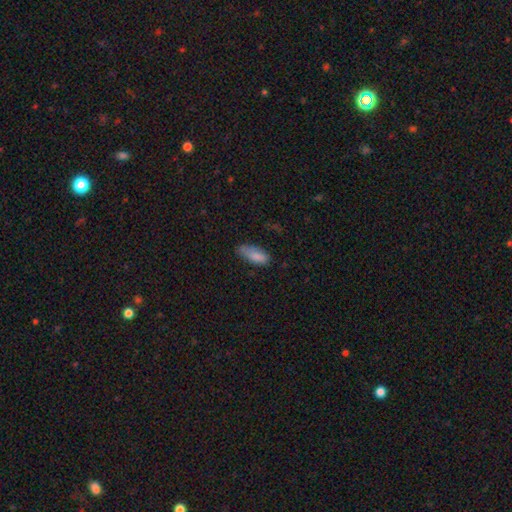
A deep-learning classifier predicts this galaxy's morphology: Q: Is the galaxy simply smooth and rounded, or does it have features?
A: smooth — 83%.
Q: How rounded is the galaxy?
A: in between — 74%.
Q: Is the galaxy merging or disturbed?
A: none — 54%.